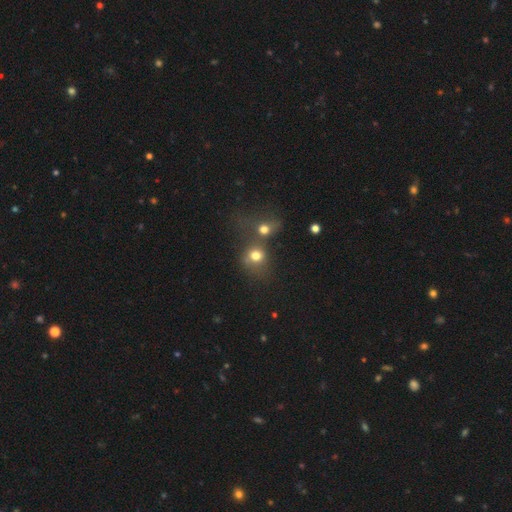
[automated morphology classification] smooth 73%, star or artifact 16%, featured or disk 12%. Down the decision tree: how rounded — round (76%); merging — merger (51%).